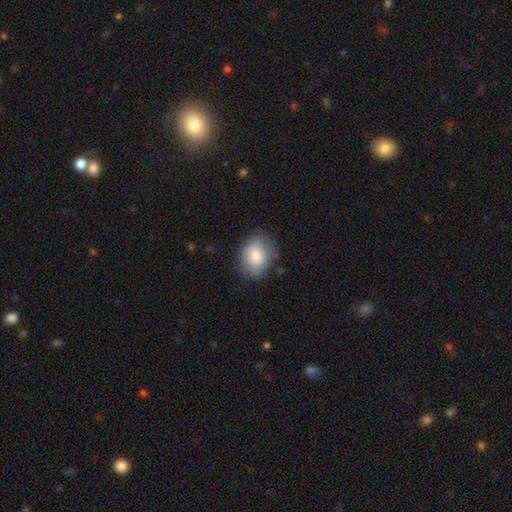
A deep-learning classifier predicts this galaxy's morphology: Smooth or featured? Predicted: smooth (p=0.75). How rounded? Predicted: in between (p=0.59). Merging? Predicted: none (p=0.73).